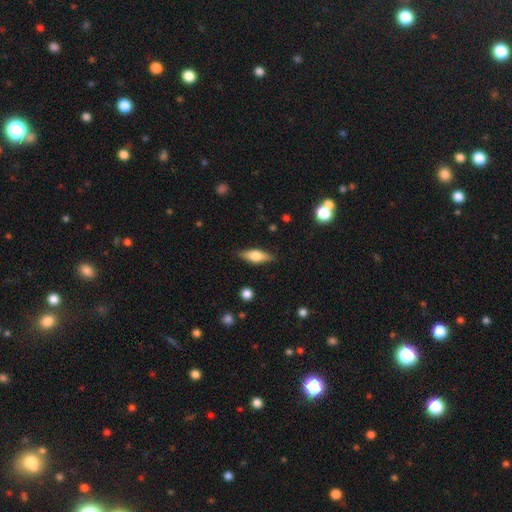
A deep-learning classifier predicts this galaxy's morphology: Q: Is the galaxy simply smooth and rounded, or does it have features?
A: smooth — 56%.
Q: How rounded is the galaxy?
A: in between — 58%.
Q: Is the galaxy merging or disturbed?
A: none — 85%.